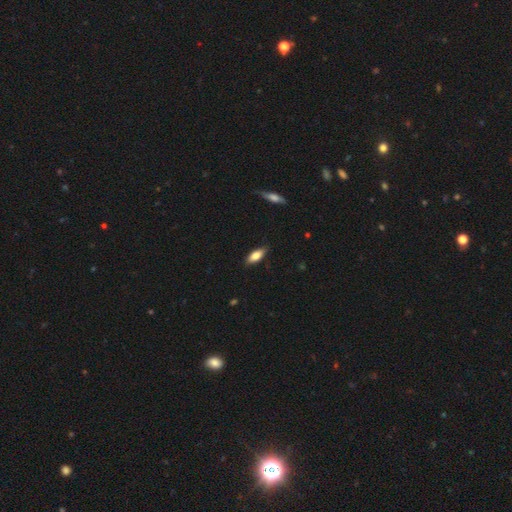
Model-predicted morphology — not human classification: This is likely a smooth galaxy (77%). How rounded: likely in between (76%). Merging: clearly none (85%).